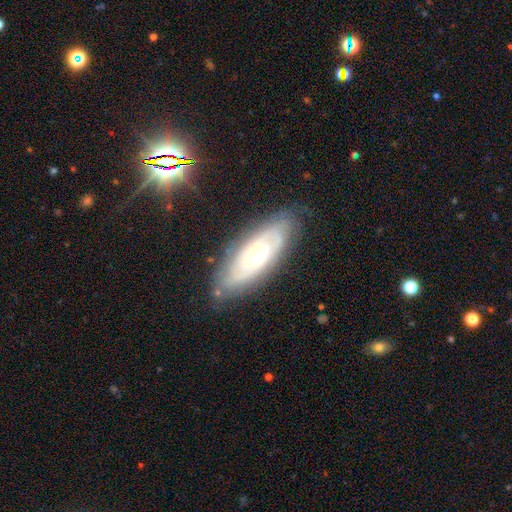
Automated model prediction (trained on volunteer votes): Smooth or featured: featured or disk — 70% (smooth — 23%)
Edge-on disk: no — 79% (yes — 21%)
Bar: no — 77% (weak — 18%)
Spiral arms: yes — 72% (no — 28%)
Bulge size: moderate — 70% (small — 14%)
Merging: none — 78% (minor disturbance — 16%)